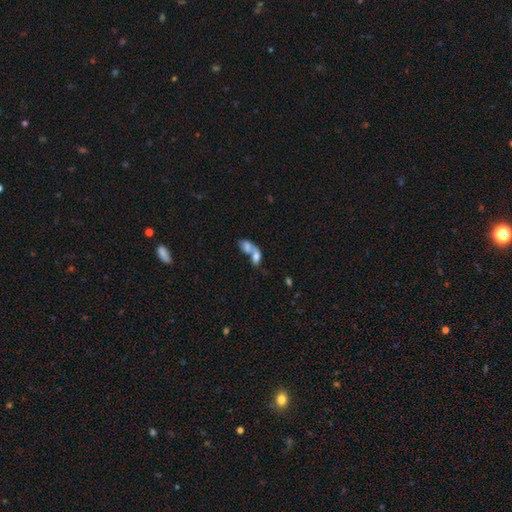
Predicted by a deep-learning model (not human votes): The model was most divided on "smooth or featured": smooth: 68%, featured or disk: 22%, star or artifact: 9%. More confident: how rounded — in between (82%); merging — merger (77%).